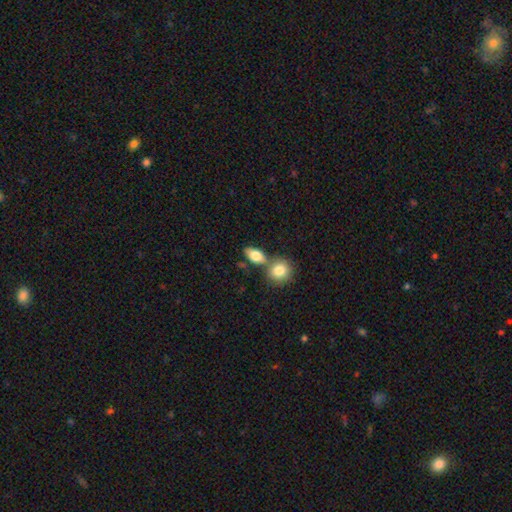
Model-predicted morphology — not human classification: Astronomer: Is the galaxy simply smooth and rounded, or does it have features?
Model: smooth — 81%.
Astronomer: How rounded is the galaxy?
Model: in between — 81%.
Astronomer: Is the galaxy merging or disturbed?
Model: none — 52% (runner-up: merger, 34%).